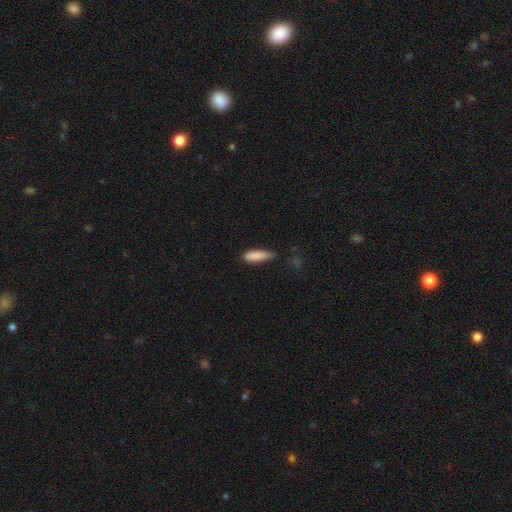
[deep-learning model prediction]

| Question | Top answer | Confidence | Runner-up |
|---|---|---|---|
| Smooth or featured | smooth | 87% | star or artifact (7%) |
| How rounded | cigar-shaped | 63% | in between (35%) |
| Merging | none | 65% | minor disturbance (28%) |